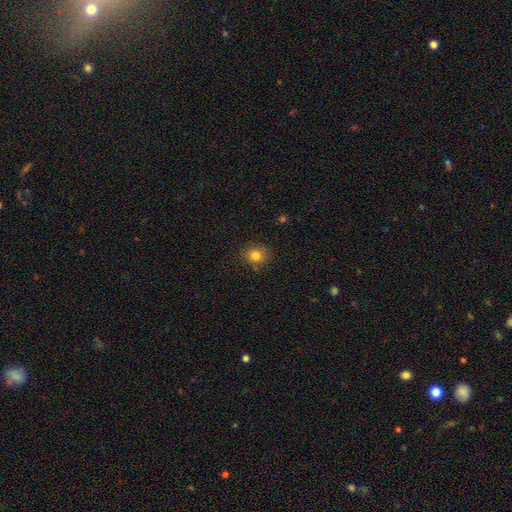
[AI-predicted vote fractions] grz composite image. It shows a smooth galaxy with no disk features (82%) that is round (80%). Merging: none (84%).